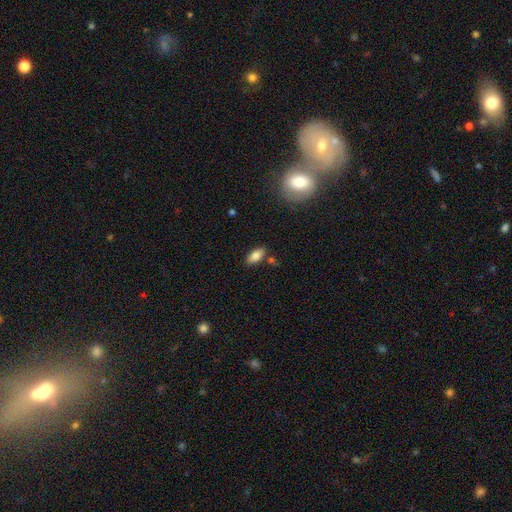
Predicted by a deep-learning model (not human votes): Morphology: type=smooth (82%); roundness=in between (89%); merging=none (80%).